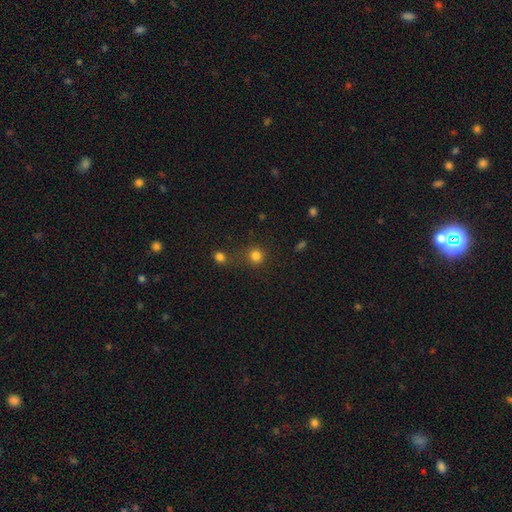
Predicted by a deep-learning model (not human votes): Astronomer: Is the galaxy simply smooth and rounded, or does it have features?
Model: smooth — 80%.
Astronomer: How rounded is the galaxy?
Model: round — 90%.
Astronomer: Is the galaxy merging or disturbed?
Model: none — 69%.